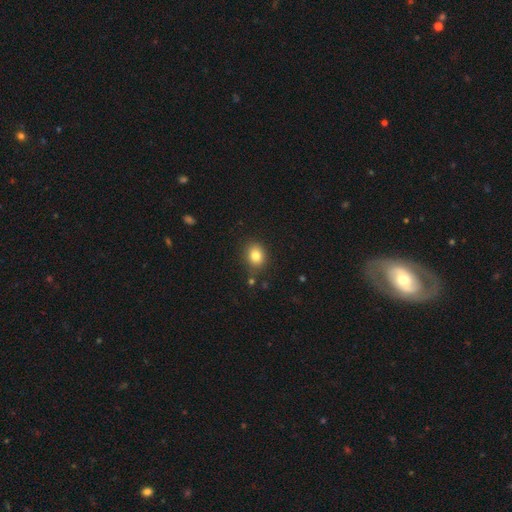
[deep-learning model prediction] Q: Smooth or featured?
A: smooth (83%); runner-up: star or artifact (10%)
Q: How rounded?
A: round (52%); runner-up: in between (47%)
Q: Merging?
A: none (82%); runner-up: minor disturbance (12%)